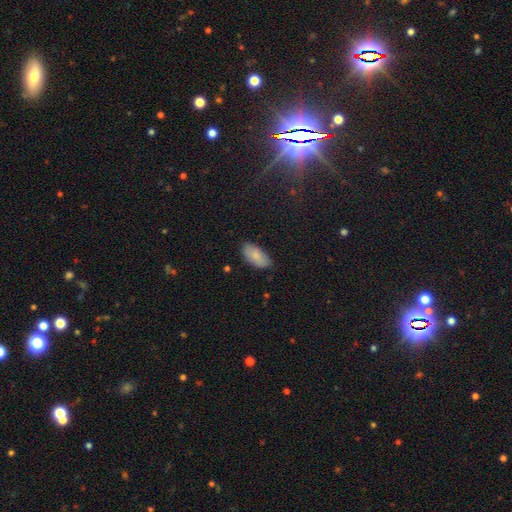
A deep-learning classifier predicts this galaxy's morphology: Overall: smooth (85%). How rounded: in between (93%). Merging: none (79%).